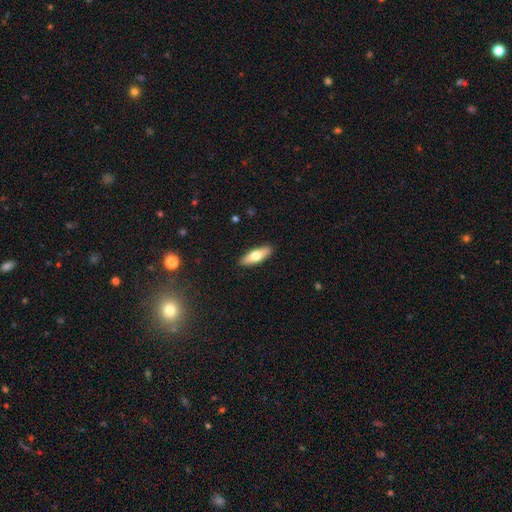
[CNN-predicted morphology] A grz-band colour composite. It shows a smooth galaxy with no disk features (64%) that is in between round and cigar-shaped (54%). Merging: none (90%).